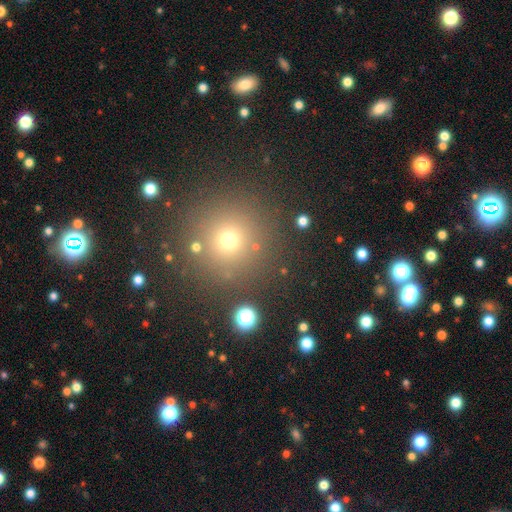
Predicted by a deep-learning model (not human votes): smooth 52%, star or artifact 39%, featured or disk 9%. Down the decision tree: how rounded — round (95%); merging — none (87%).